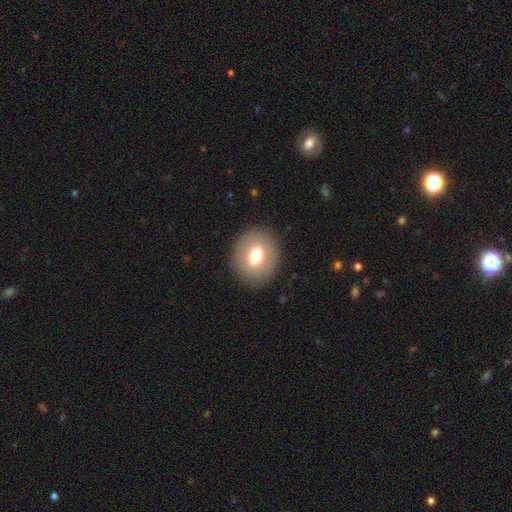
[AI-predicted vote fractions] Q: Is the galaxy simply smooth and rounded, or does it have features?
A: smooth — 65%.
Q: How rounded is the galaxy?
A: round — 55%.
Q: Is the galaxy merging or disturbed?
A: none — 87%.